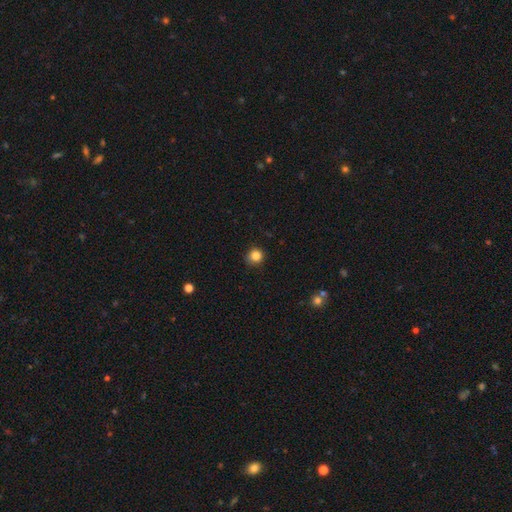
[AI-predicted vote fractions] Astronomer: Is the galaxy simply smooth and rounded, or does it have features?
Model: smooth — 84%.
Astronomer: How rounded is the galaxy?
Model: round — 92%.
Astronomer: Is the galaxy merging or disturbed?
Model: none — 85%.